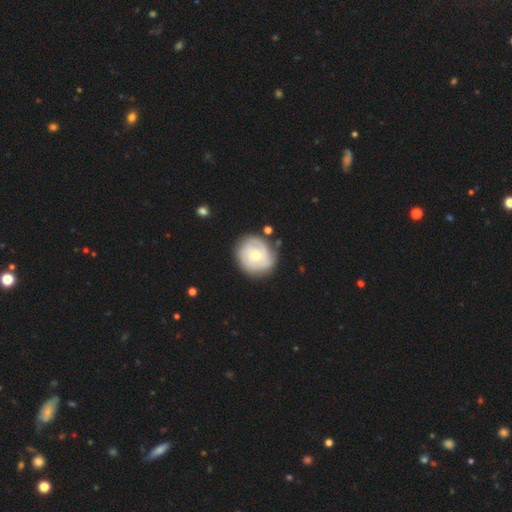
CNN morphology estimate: This is likely a featured or disk galaxy (60%). It is clearly not viewed edge-on (97%). Bar: likely no (72%). Spiral arm pattern: likely yes (78%). Central bulge: likely moderate (70%). Merging: likely none (76%).